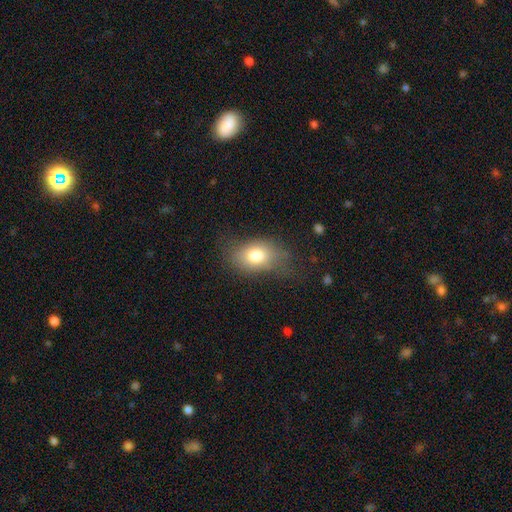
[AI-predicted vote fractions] Smooth or featured: smooth — 77% (featured or disk — 14%)
How rounded: in between — 80% (round — 19%)
Merging: none — 58% (minor disturbance — 26%)